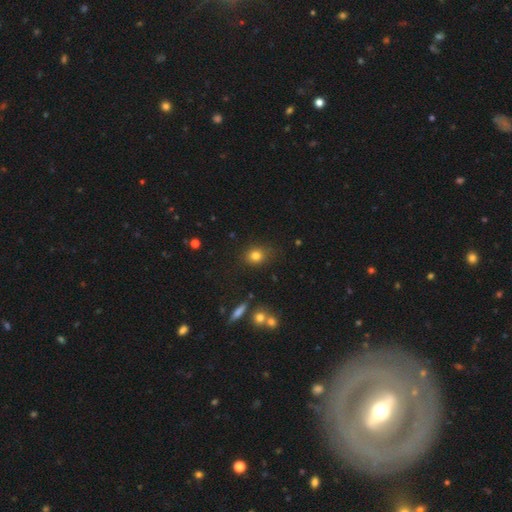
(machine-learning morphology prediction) The model was most divided on "how rounded": round: 68%, in between: 31%, cigar-shaped: 1%. More confident: merging — none (81%); smooth or featured — smooth (80%).